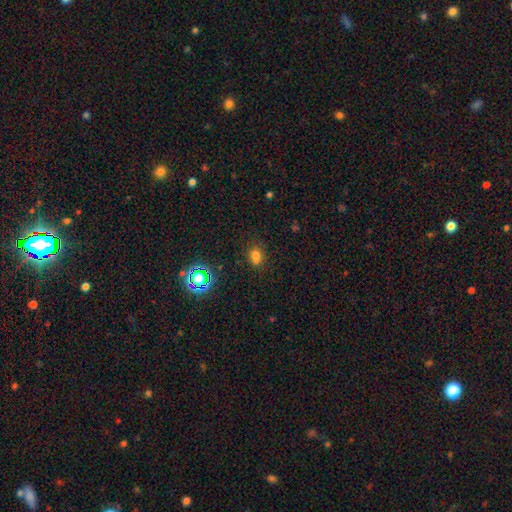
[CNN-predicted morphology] type=smooth (67%); roundness=round (54%); merging=none (58%).